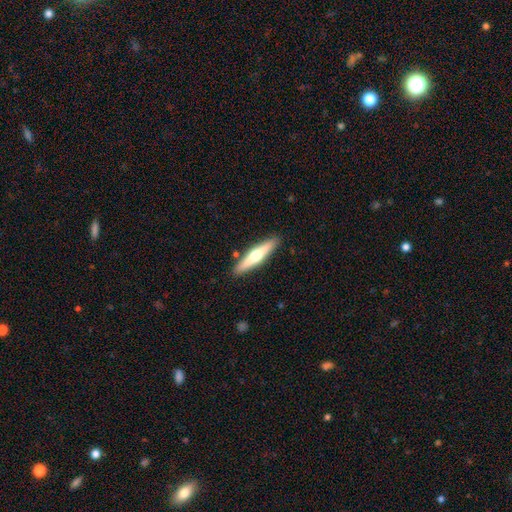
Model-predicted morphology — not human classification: Smooth or featured? featured or disk (55%)
Edge-on disk? yes (95%)
Edge-on bulge? rounded (92%)
Merging? none (88%)